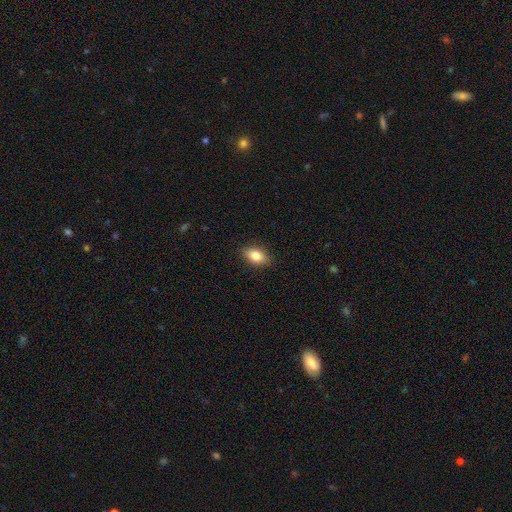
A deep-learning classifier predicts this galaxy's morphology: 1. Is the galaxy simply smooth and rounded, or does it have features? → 84% smooth, 9% featured or disk, 8% star or artifact.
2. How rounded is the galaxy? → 88% in between, 8% round, 5% cigar-shaped.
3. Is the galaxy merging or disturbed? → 87% none, 9% minor disturbance, 2% major disturbance, 1% merger.